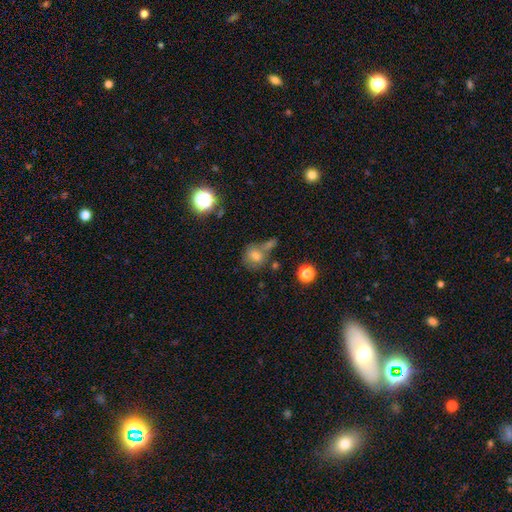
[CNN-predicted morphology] Smooth or featured: smooth — 72% (star or artifact — 14%)
How rounded: round — 75% (in between — 23%)
Merging: none — 48% (merger — 30%)